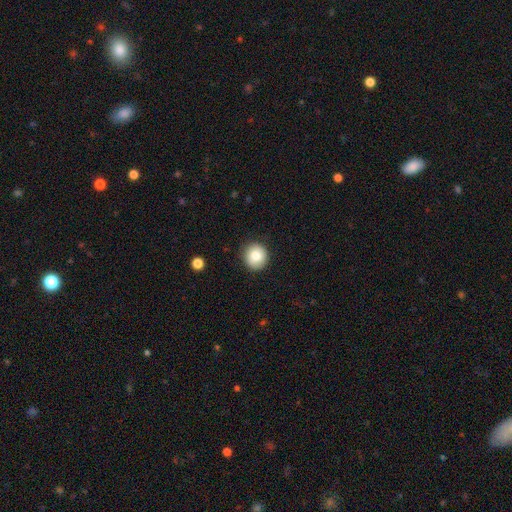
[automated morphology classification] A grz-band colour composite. It shows a smooth galaxy with no disk features (81%) that is round (90%). Merging: none (89%).